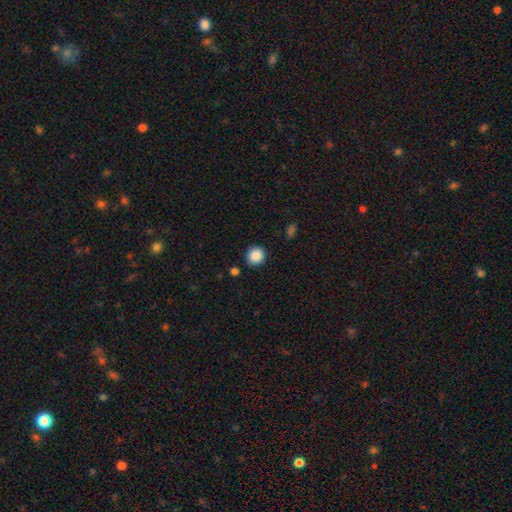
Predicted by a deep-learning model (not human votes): A smooth galaxy with no disk features (88%) that is round (90%). Merging: none (89%).